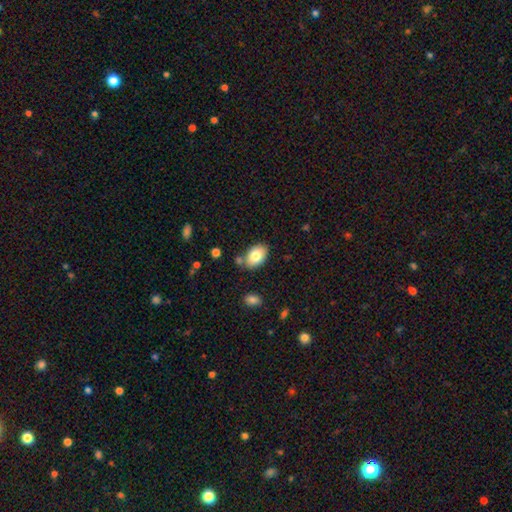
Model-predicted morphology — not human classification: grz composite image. It shows a smooth galaxy with no disk features (79%) that is in between round and cigar-shaped (88%). Merging: none (75%).